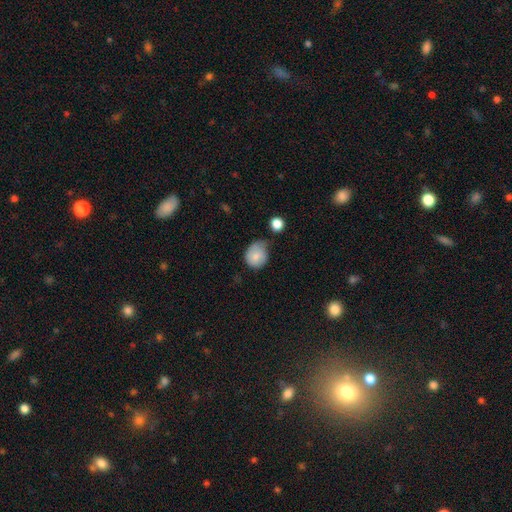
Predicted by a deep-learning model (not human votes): This is likely a smooth galaxy (78%). How rounded: likely round (71%). Merging: marginally none (42%).